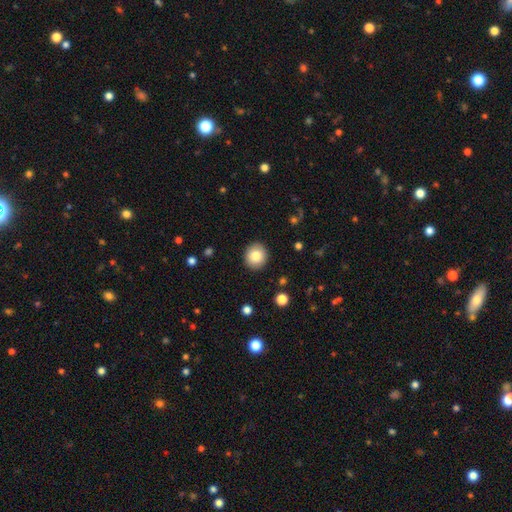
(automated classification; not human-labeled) Morphology: type=smooth (83%); roundness=round (87%); merging=none (91%).